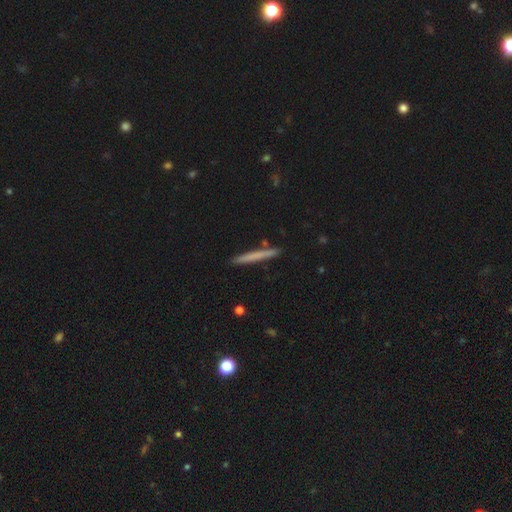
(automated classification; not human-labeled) Smooth or featured? smooth (63%)
How rounded? cigar-shaped (97%)
Merging? none (89%)